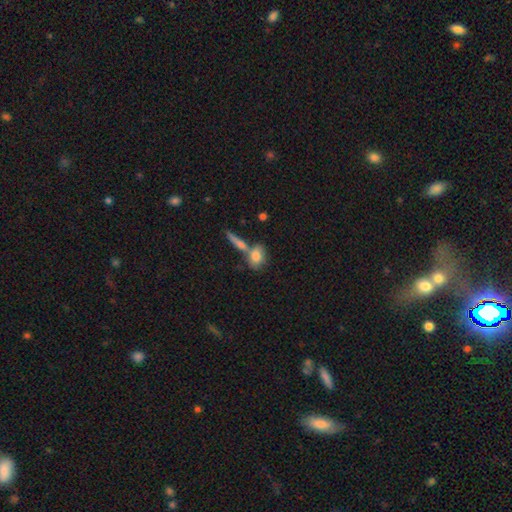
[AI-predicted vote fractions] Smooth or featured? Predicted: smooth (p=0.77). How rounded? Predicted: in between (p=0.68). Merging? Predicted: none (p=0.45).